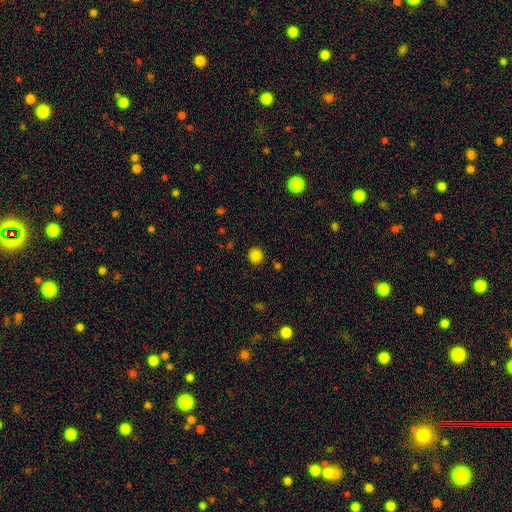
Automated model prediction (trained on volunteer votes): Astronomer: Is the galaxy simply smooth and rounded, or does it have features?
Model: smooth — 84%.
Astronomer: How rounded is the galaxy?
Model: round — 91%.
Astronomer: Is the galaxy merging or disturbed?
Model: none — 90%.